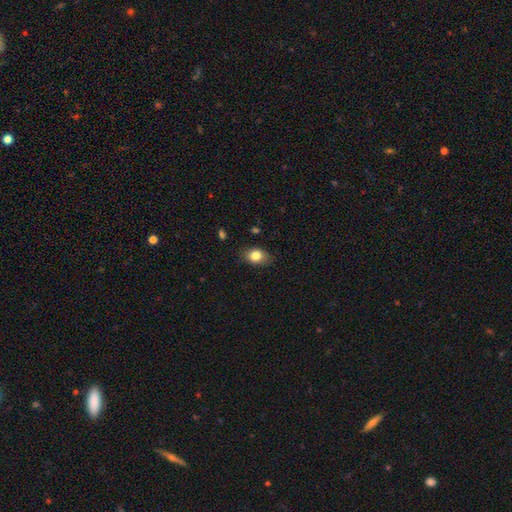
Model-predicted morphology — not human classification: smooth_or_featured: smooth (p=0.82) [alt: featured or disk p=0.09]
how_rounded: in between (p=0.71) [alt: round p=0.27]
merging: none (p=0.80) [alt: minor disturbance p=0.16]